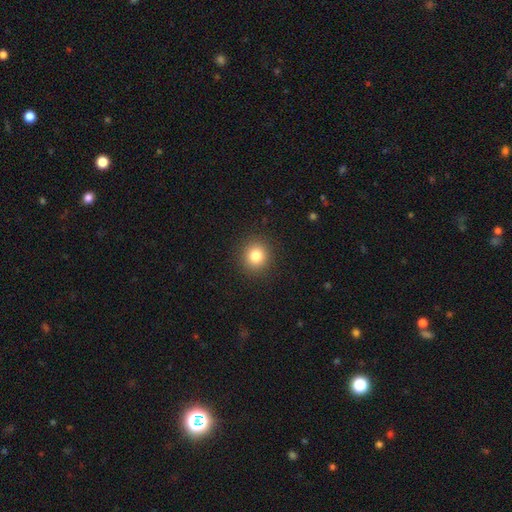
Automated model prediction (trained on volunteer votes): smooth 82%, star or artifact 11%, featured or disk 6%. Down the decision tree: how rounded — round (89%); merging — none (91%).